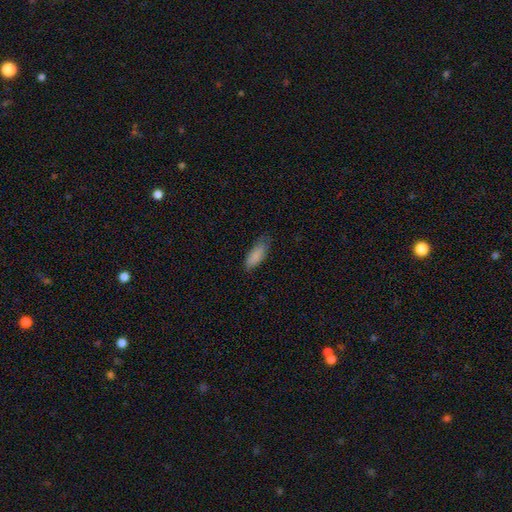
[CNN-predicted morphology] Overall: smooth (86%). How rounded: in between (71%). Merging: none (69%).